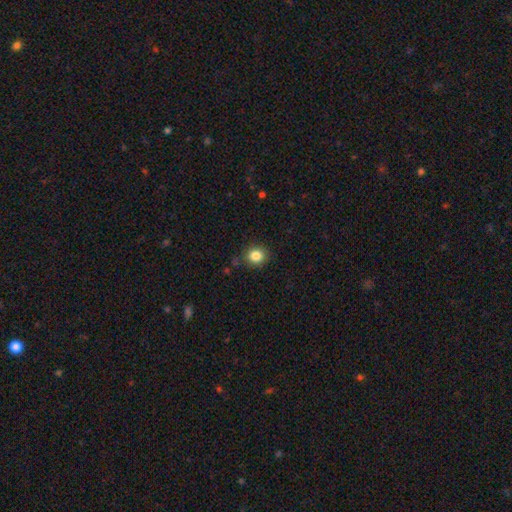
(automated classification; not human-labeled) Q: Smooth or featured?
A: smooth (85%); runner-up: star or artifact (11%)
Q: How rounded?
A: round (78%); runner-up: in between (21%)
Q: Merging?
A: none (85%); runner-up: minor disturbance (11%)